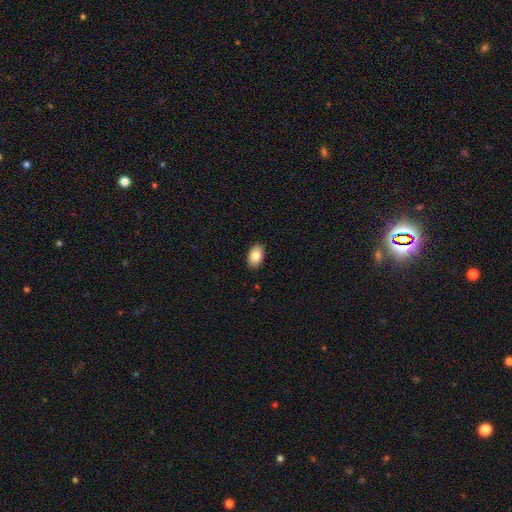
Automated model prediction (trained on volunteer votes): This is clearly a smooth galaxy (83%). How rounded: clearly in between (92%). Merging: clearly none (89%).